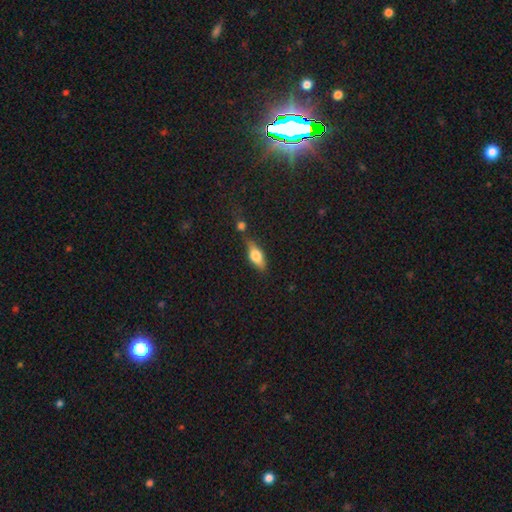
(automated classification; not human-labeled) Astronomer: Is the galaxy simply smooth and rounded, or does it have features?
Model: smooth — 57% (runner-up: featured or disk, 35%).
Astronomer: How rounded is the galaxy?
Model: in between — 65%.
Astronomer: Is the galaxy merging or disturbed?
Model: none — 64%.